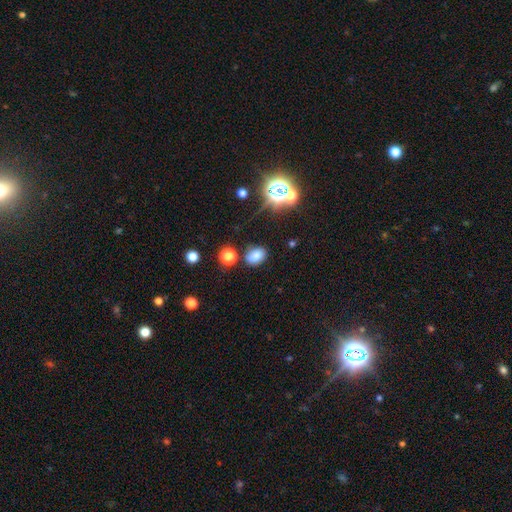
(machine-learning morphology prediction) type=smooth (74%); roundness=in between (72%); merging=none (80%).